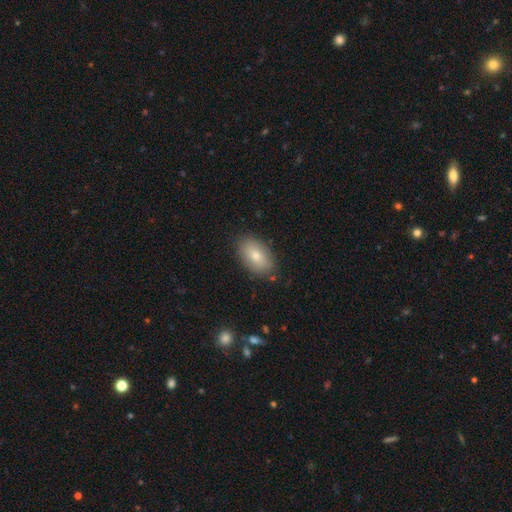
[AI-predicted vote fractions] smooth_or_featured: smooth (p=0.77) [alt: featured or disk p=0.16]
how_rounded: in between (p=0.93) [alt: round p=0.05]
merging: none (p=0.83) [alt: minor disturbance p=0.13]